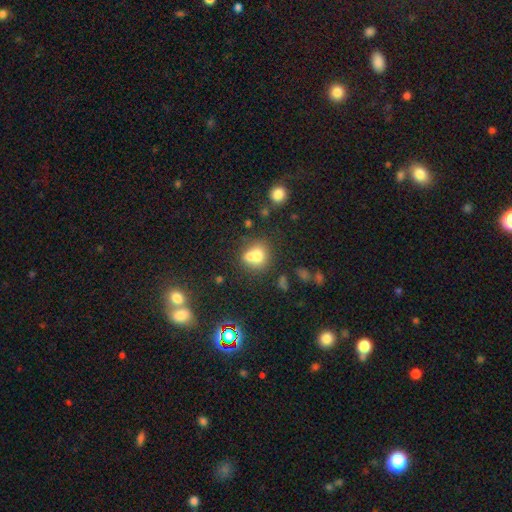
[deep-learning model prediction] smooth-or-featured: smooth: 69% | featured or disk: 18% | star or artifact: 13%
  how-rounded: round: 71% | in between: 28% | cigar-shaped: 1%
  merging: merger: 51% | none: 35% | minor disturbance: 10% | major disturbance: 5%